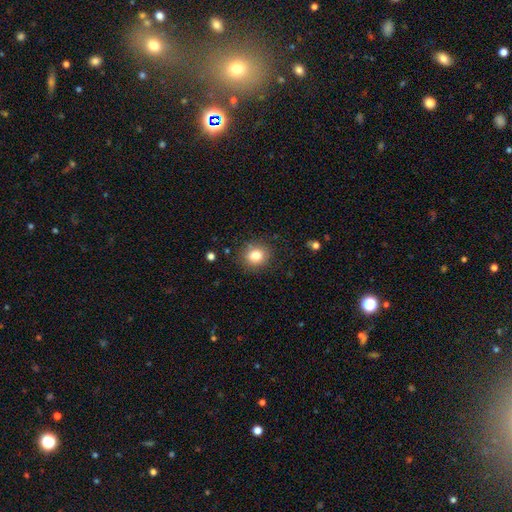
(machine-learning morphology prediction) smooth 82%, star or artifact 11%, featured or disk 7%. Down the decision tree: how rounded — round (78%); merging — none (85%).